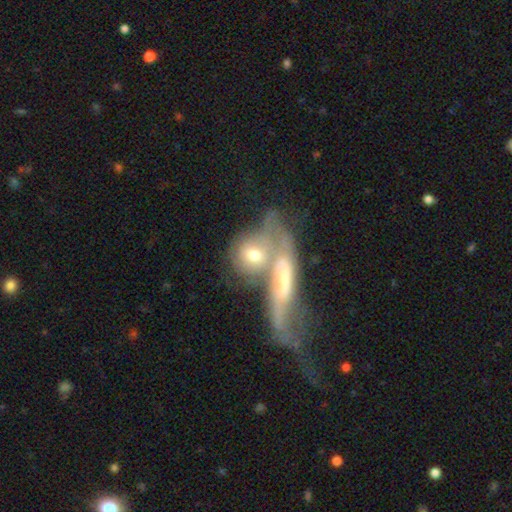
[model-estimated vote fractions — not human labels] smooth_or_featured: featured or disk (p=0.52) [alt: smooth p=0.39]
disk_edge_on: no (p=0.77) [alt: yes p=0.23]
merging: merger (p=0.68) [alt: none p=0.13]